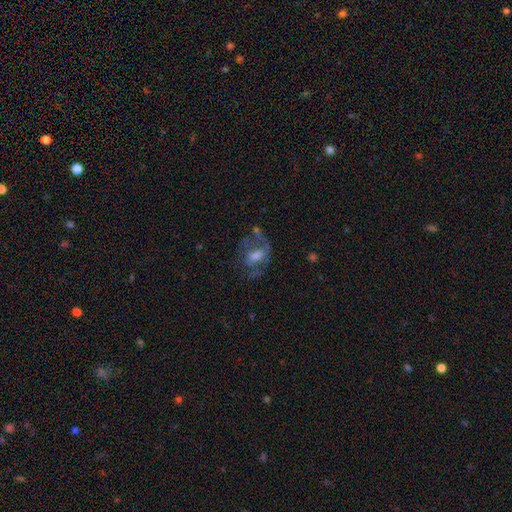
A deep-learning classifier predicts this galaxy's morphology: Smooth or featured? featured or disk (59%)
Edge-on disk? no (95%)
Bar? no (53%)
Spiral arms? no (56%)
Bulge size? moderate (48%)
Merging? none (42%)